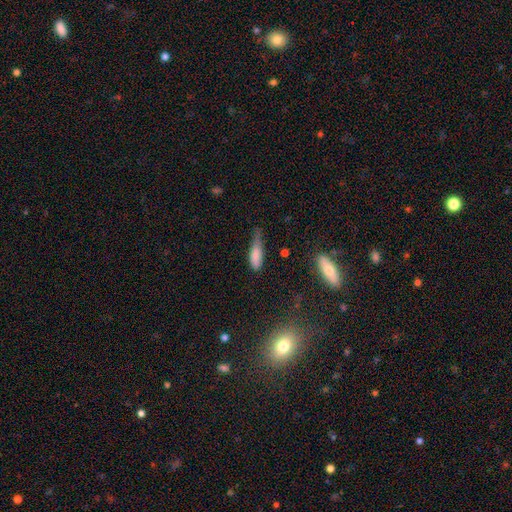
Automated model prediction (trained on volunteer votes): Smooth or featured? smooth (78%)
How rounded? in between (53%)
Merging? minor disturbance (48%)